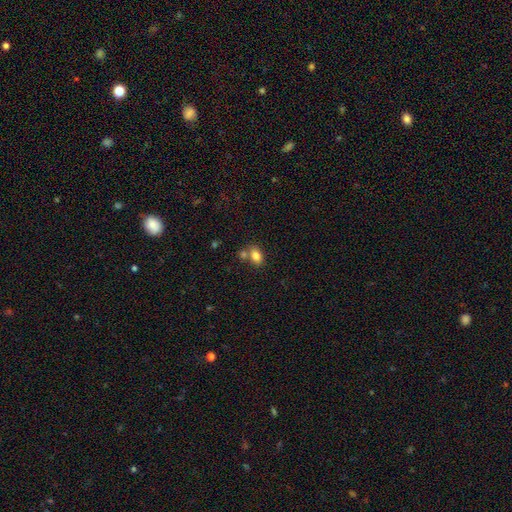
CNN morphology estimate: This is clearly a smooth galaxy (82%). How rounded: likely in between (79%). Merging: possibly none (57%).